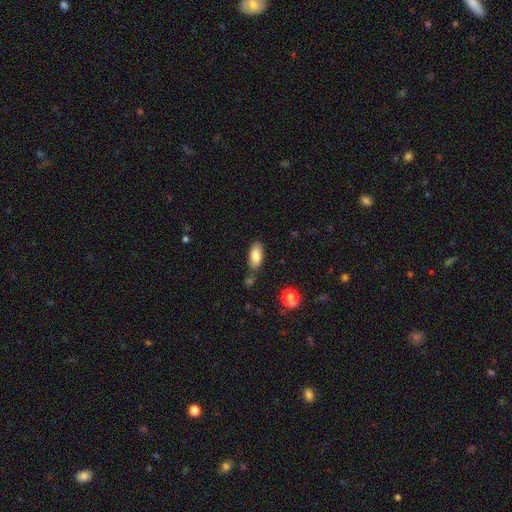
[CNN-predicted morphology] Smooth or featured? Predicted: smooth (p=0.81). How rounded? Predicted: in between (p=0.88). Merging? Predicted: none (p=0.72).